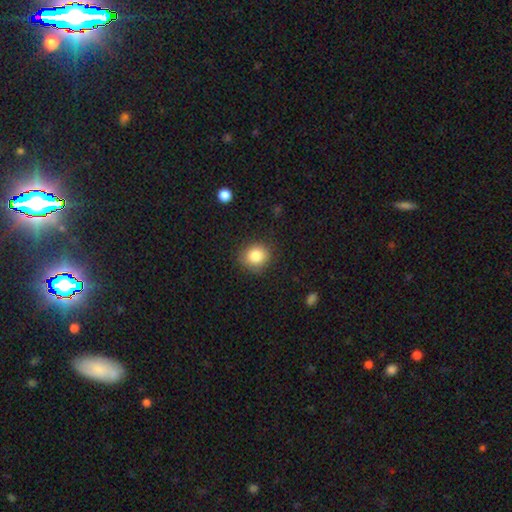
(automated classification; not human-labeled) A smooth galaxy with no disk features (83%) that is round (75%). Merging: none (86%).